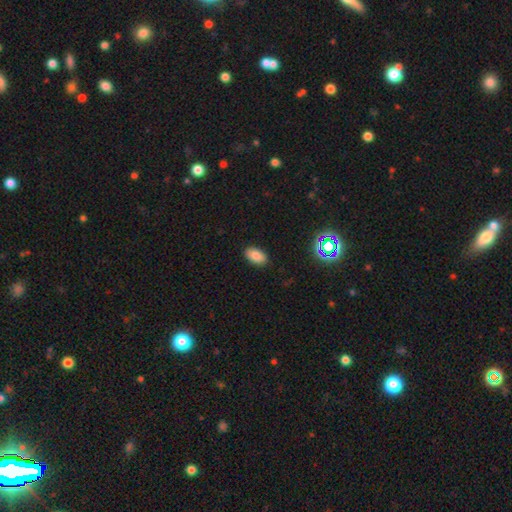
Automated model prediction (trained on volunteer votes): This appears to be a smooth galaxy with no disk features (82%) that is in between round and cigar-shaped (93%). Merging: none (89%).